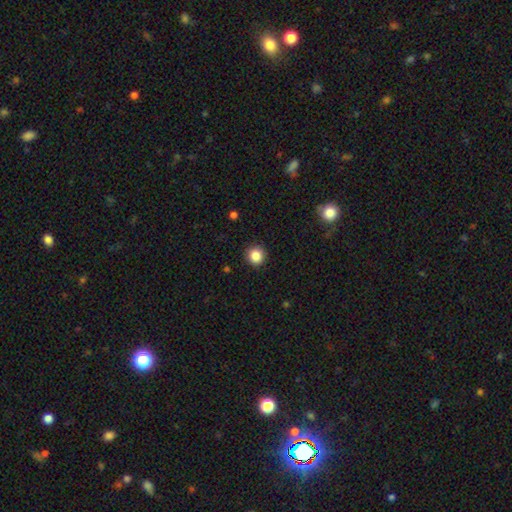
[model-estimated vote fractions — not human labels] smooth_or_featured: smooth (p=0.86) [alt: star or artifact p=0.10]
how_rounded: round (p=0.94) [alt: in between p=0.05]
merging: none (p=0.92) [alt: minor disturbance p=0.05]